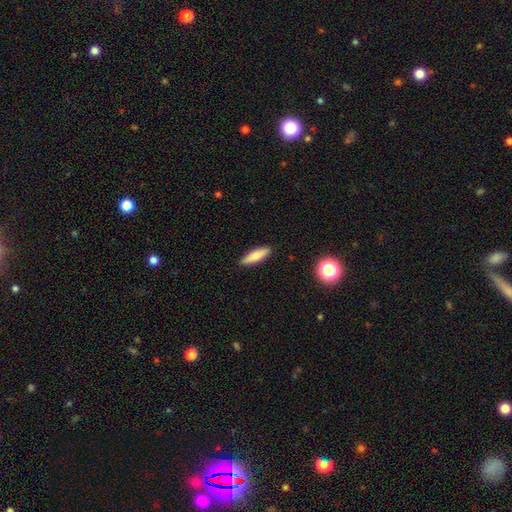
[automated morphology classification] This is likely a smooth galaxy (75%). How rounded: likely cigar-shaped (65%). Merging: clearly none (89%).